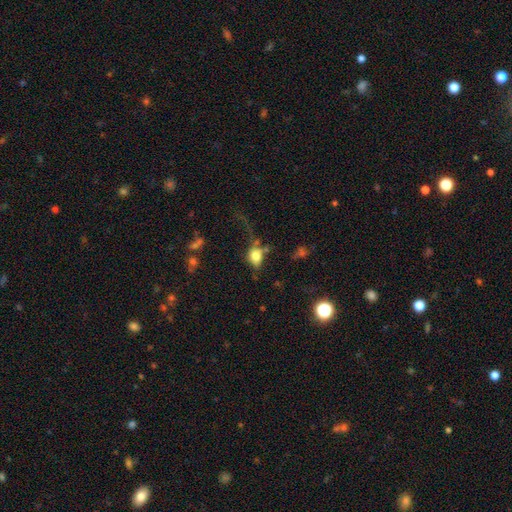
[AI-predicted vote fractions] Q: Smooth or featured?
A: smooth (76%); runner-up: featured or disk (13%)
Q: How rounded?
A: in between (68%); runner-up: round (30%)
Q: Merging?
A: none (38%); runner-up: major disturbance (29%)